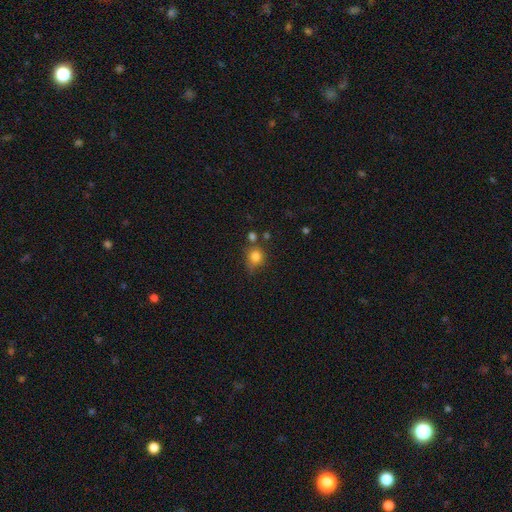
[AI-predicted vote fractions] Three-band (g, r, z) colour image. It shows a smooth galaxy with no disk features (81%) that is round (79%). Merging: none (60%).